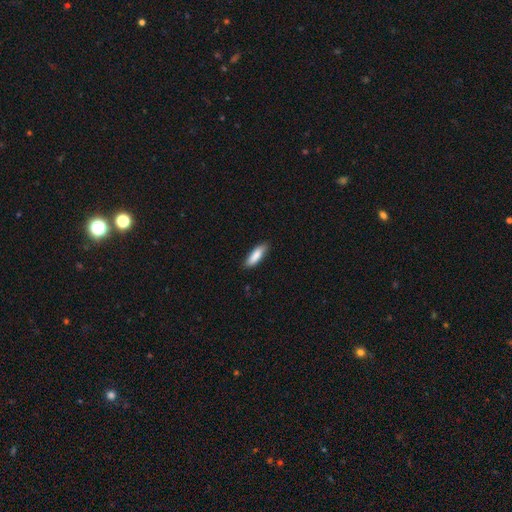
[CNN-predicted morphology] type=smooth (87%); roundness=in between (52%); merging=none (86%).